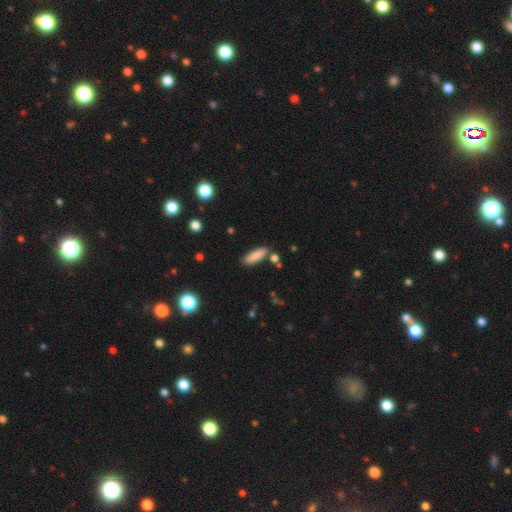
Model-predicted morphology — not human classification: type=smooth (84%); roundness=in between (55%); merging=none (80%).